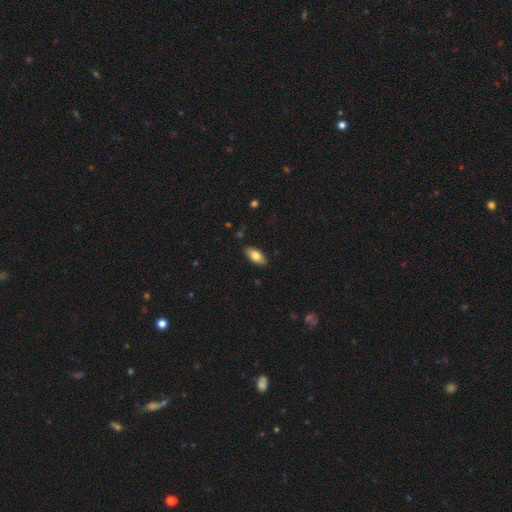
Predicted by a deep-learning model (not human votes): A smooth galaxy with no disk features (76%) that is in between round and cigar-shaped (88%).

Vote fractions:
- Smooth or featured? smooth: 76% / featured or disk: 18% / star or artifact: 6%
- How rounded? in between: 88% / cigar-shaped: 9% / round: 3%
- Merging? none: 87% / minor disturbance: 10% / major disturbance: 2% / merger: 1%